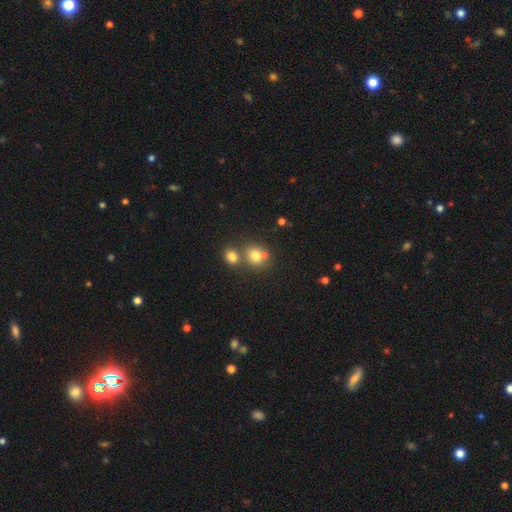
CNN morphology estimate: Overall: smooth (75%). How rounded: round (79%). Merging: none (51%; merger 37%).